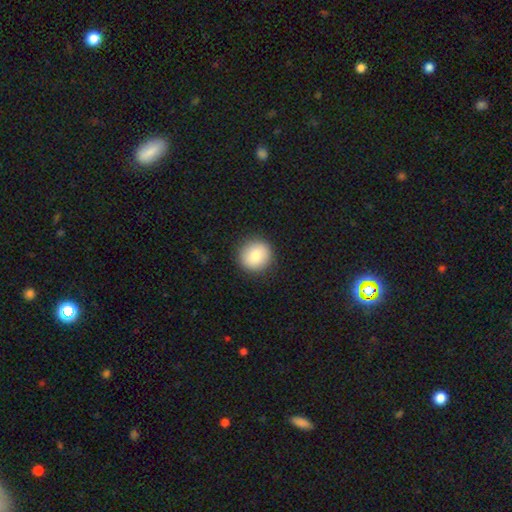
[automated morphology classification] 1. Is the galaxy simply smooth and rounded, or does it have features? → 84% smooth, 8% featured or disk, 8% star or artifact.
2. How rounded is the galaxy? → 92% round, 7% in between, 1% cigar-shaped.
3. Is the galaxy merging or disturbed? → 91% none, 6% minor disturbance, 2% major disturbance, 1% merger.